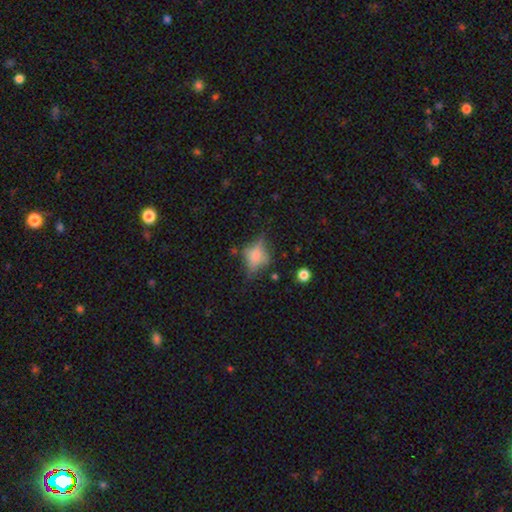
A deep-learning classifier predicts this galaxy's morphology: This appears to be a smooth galaxy with no disk features (44%). Merging: none (62%).